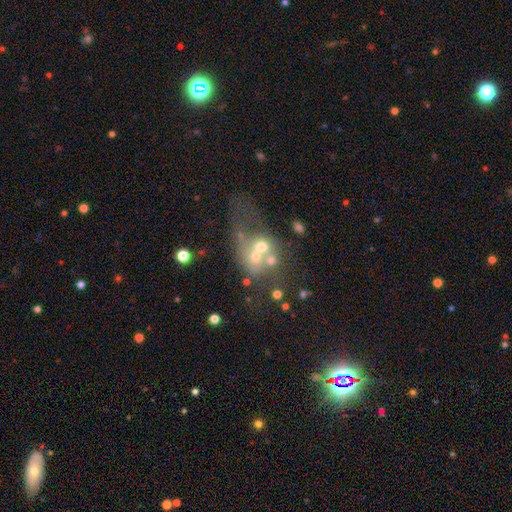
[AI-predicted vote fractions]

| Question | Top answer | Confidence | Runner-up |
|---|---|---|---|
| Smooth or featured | featured or disk | 46% | smooth (36%) |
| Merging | merger | 56% | none (19%) |